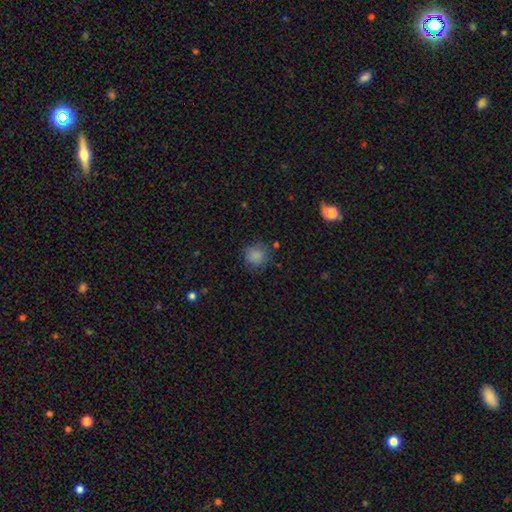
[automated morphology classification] type=smooth (85%); roundness=round (87%); merging=none (78%).